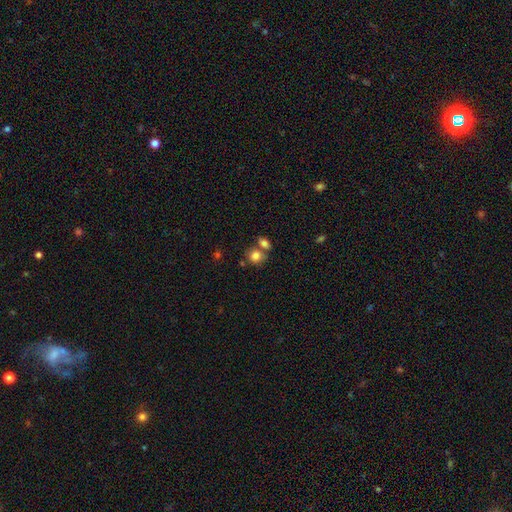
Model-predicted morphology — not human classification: This is clearly a smooth galaxy (81%). How rounded: likely round (67%). Merging: possibly none (49%).